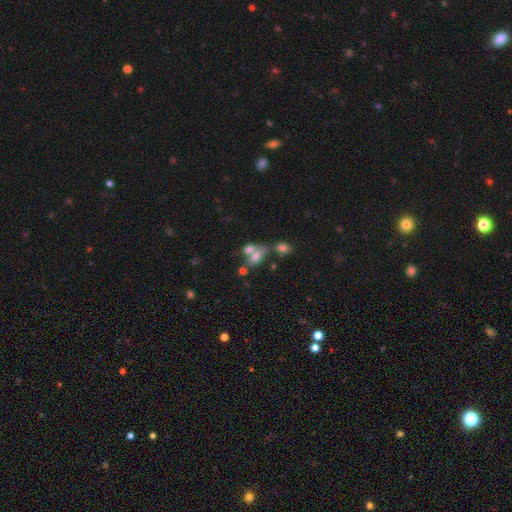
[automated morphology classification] Overall: smooth (62%). How rounded: in between (68%). Merging: merger (53%; none 29%).